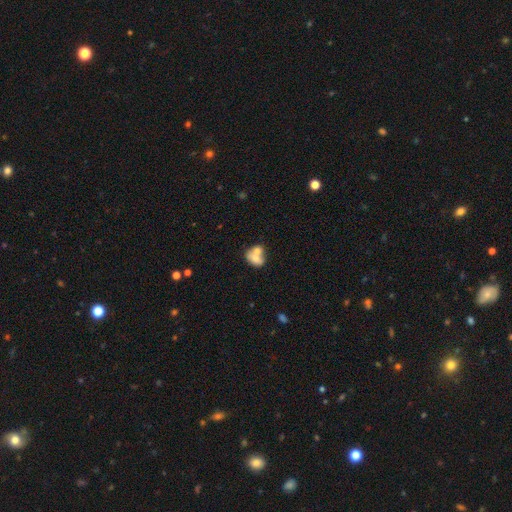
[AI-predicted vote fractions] Smooth or featured: smooth — 66% (featured or disk — 26%)
How rounded: in between — 61% (round — 37%)
Merging: merger — 61% (none — 25%)